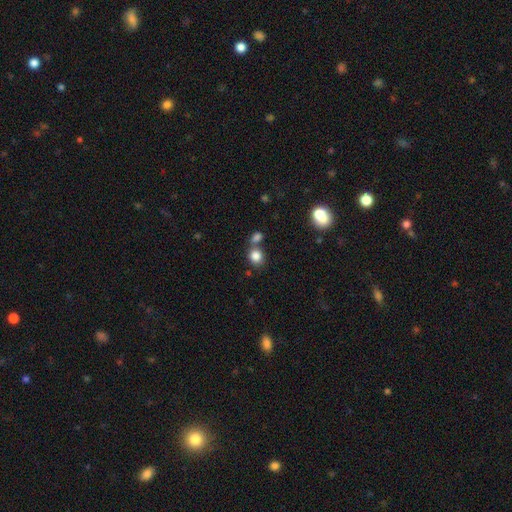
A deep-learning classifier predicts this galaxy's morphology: Overall: smooth (83%). How rounded: round (75%). Merging: none (57%; merger 29%).